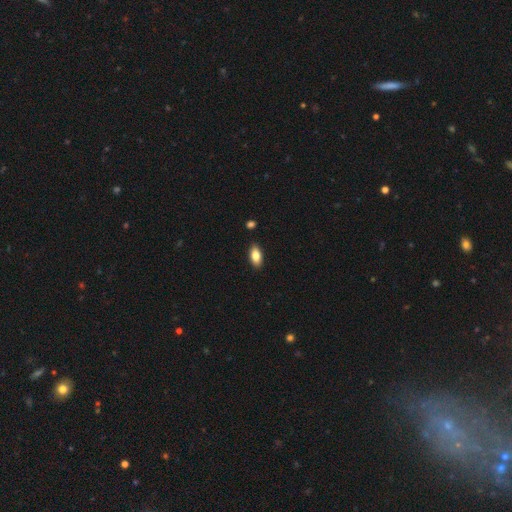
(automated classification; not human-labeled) A smooth galaxy with no disk features (83%) that is in between round and cigar-shaped (91%).

Vote fractions:
- Smooth or featured? smooth: 83% / featured or disk: 10% / star or artifact: 7%
- How rounded? in between: 91% / cigar-shaped: 6% / round: 3%
- Merging? none: 88% / minor disturbance: 9% / major disturbance: 2% / merger: 2%